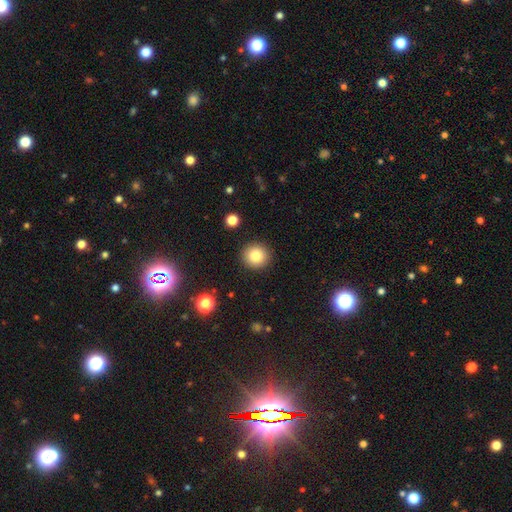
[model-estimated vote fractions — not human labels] This appears to be a smooth galaxy with no disk features (84%) that is round (92%). Merging: none (91%).